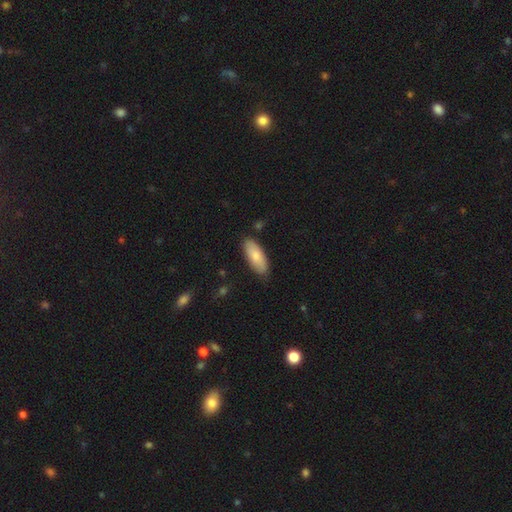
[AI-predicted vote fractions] Q: Smooth or featured?
A: smooth (79%); runner-up: featured or disk (16%)
Q: How rounded?
A: in between (80%); runner-up: cigar-shaped (18%)
Q: Merging?
A: none (83%); runner-up: minor disturbance (13%)